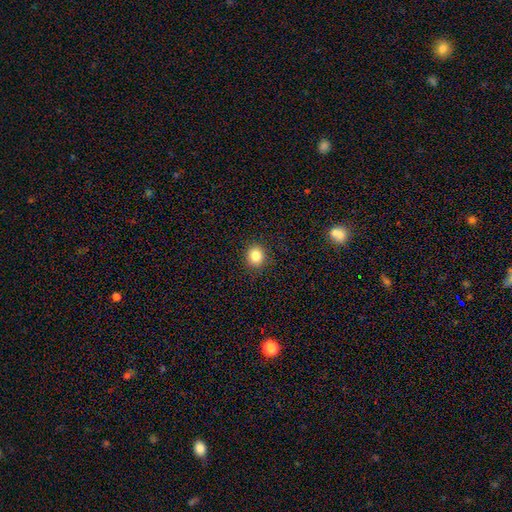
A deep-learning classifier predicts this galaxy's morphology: Overall: smooth (84%). How rounded: round (80%). Merging: none (91%).